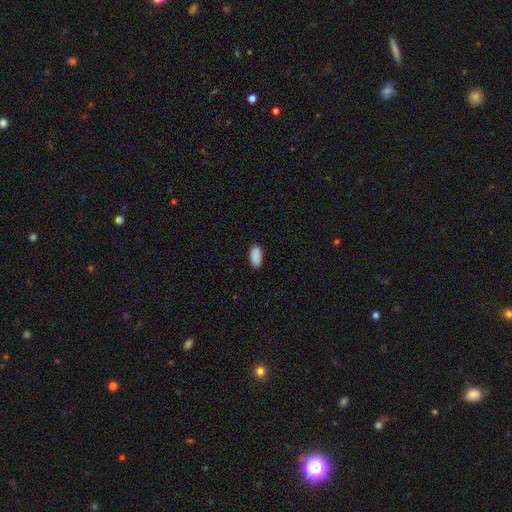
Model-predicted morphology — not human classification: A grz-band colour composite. It shows a smooth galaxy with no disk features (90%) that is in between round and cigar-shaped (94%). Merging: none (87%).